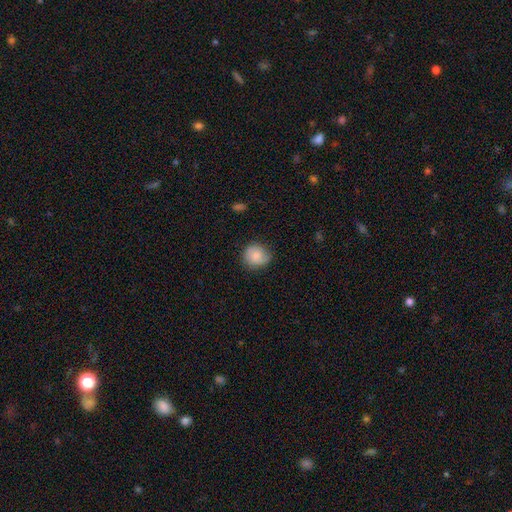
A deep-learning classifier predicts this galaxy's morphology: smooth-or-featured: smooth: 81% | featured or disk: 11% | star or artifact: 8%
  how-rounded: round: 81% | in between: 18% | cigar-shaped: 1%
  merging: none: 77% | minor disturbance: 19% | major disturbance: 3% | merger: 1%